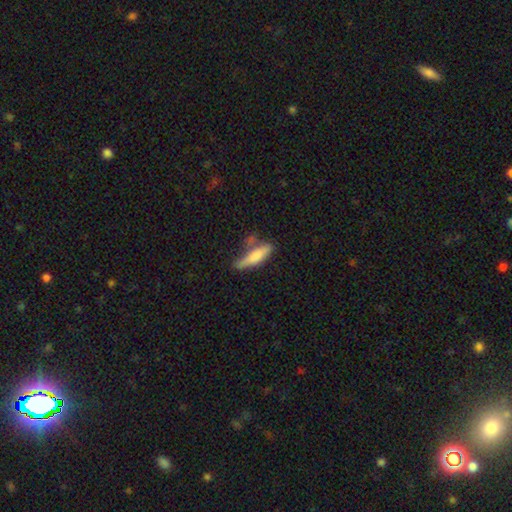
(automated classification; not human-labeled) smooth-or-featured: smooth: 72% | featured or disk: 21% | star or artifact: 7%
  how-rounded: cigar-shaped: 73% | in between: 25% | round: 2%
  merging: none: 50% | minor disturbance: 26% | merger: 14% | major disturbance: 11%